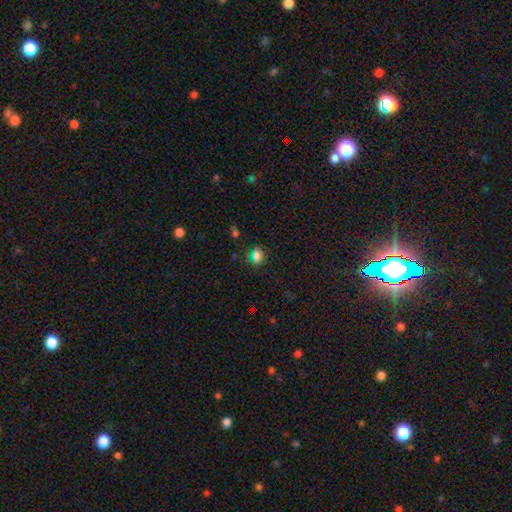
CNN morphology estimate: Smooth or featured: smooth — 65% (star or artifact — 28%)
How rounded: in between — 54% (round — 42%)
Merging: none — 78% (minor disturbance — 14%)